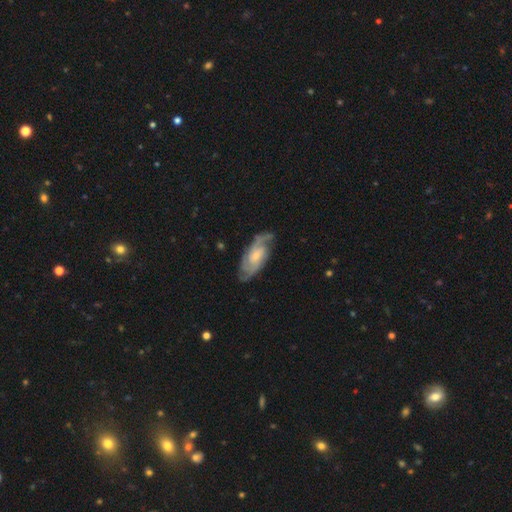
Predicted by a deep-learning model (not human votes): Smooth or featured? Predicted: featured or disk (p=0.83). Edge-on disk? Predicted: no (p=0.94). Bar? Predicted: no (p=0.59). Spiral arms? Predicted: yes (p=0.96). Spiral winding? Predicted: medium (p=0.45). Spiral arm count? Predicted: 2 (p=0.46). Bulge size? Predicted: small (p=0.53). Merging? Predicted: none (p=0.74).